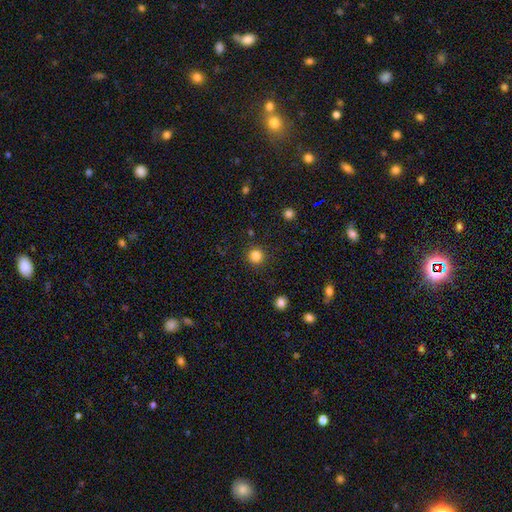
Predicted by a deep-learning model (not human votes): smooth-or-featured: smooth: 84% | star or artifact: 12% | featured or disk: 4%
  how-rounded: round: 95% | in between: 4% | cigar-shaped: 1%
  merging: none: 91% | minor disturbance: 5% | major disturbance: 2% | merger: 1%